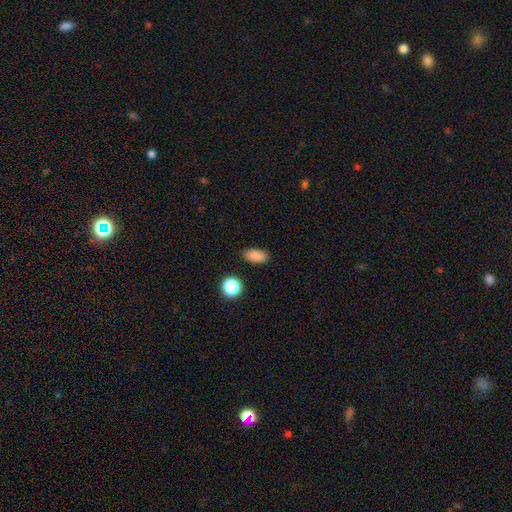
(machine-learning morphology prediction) Overall: smooth (86%). How rounded: in between (87%). Merging: none (87%).